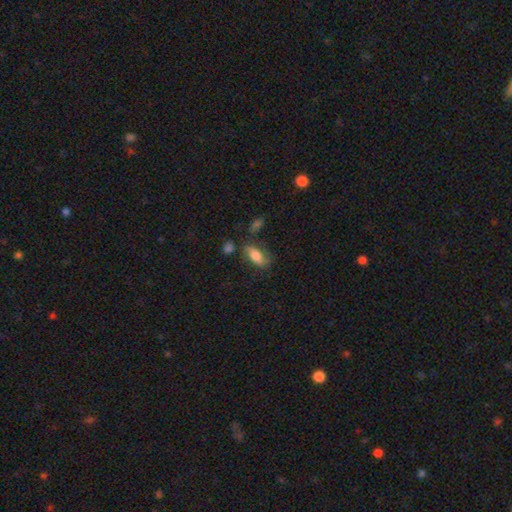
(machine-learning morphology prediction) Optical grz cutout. It shows a smooth galaxy with no disk features (72%) that is in between round and cigar-shaped (82%). Merging: none (57%).